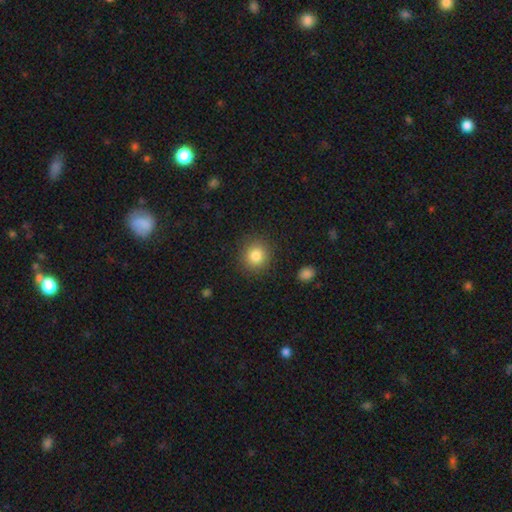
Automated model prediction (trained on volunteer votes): This appears to be a smooth galaxy with no disk features (84%) that is round (89%). Merging: none (89%).